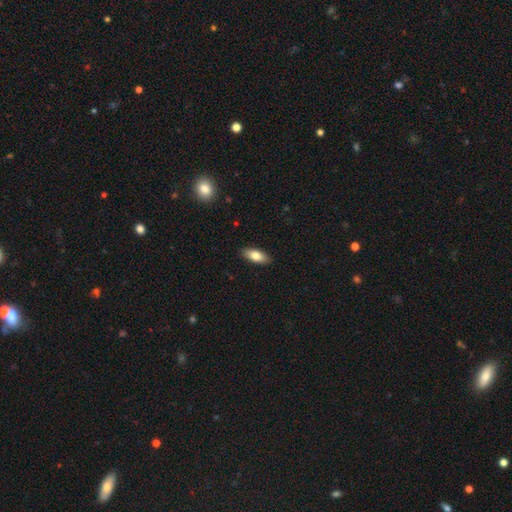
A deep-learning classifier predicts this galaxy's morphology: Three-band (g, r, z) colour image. It shows a smooth galaxy with no disk features (77%) that is in between round and cigar-shaped (82%). Merging: none (89%).